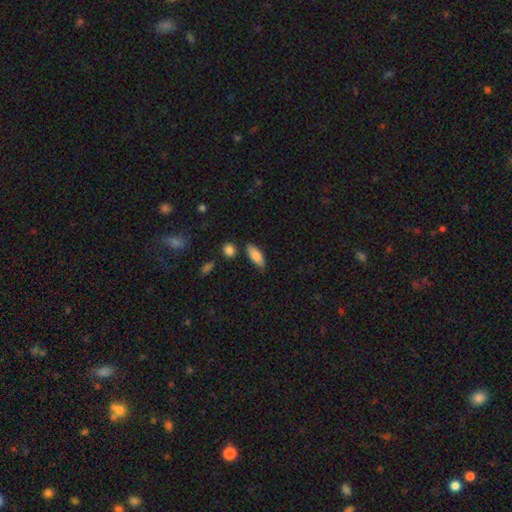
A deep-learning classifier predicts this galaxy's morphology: smooth-or-featured: smooth: 79% | featured or disk: 14% | star or artifact: 7%
  how-rounded: in between: 70% | cigar-shaped: 28% | round: 3%
  merging: none: 76% | minor disturbance: 16% | merger: 5% | major disturbance: 3%